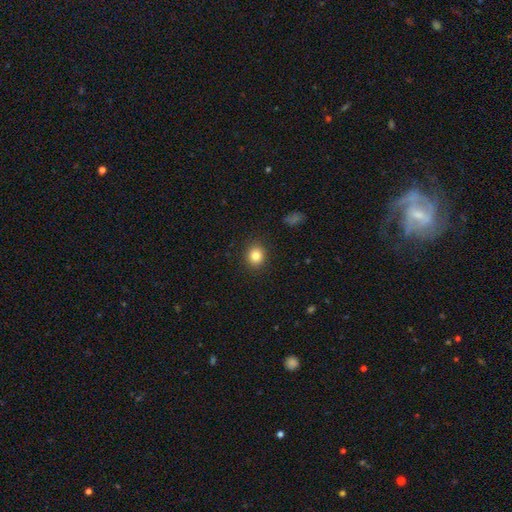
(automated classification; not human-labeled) Smooth or featured?
  - smooth: 83% *
  - star or artifact: 10%
  - featured or disk: 6%
How rounded?
  - round: 78% *
  - in between: 21%
  - cigar-shaped: 1%
Merging?
  - none: 90% *
  - minor disturbance: 7%
  - major disturbance: 2%
  - merger: 1%